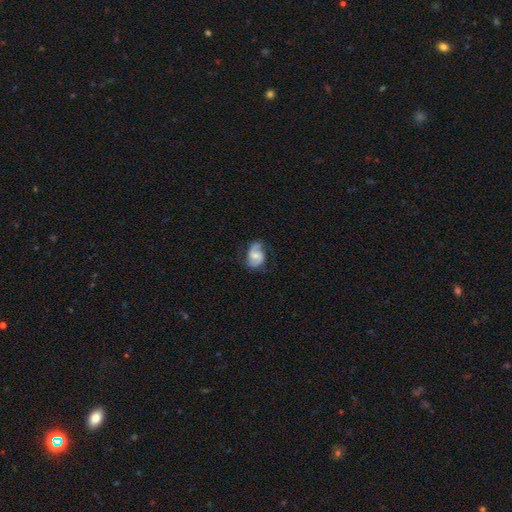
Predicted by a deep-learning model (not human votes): Morphology: type=featured or disk (67%); edge-on=no (97%); bar=weak (44%); spiral arms=yes (92%); winding=medium (46%); arm count=2 (83%); bulge=moderate (46%); merging=none (64%).